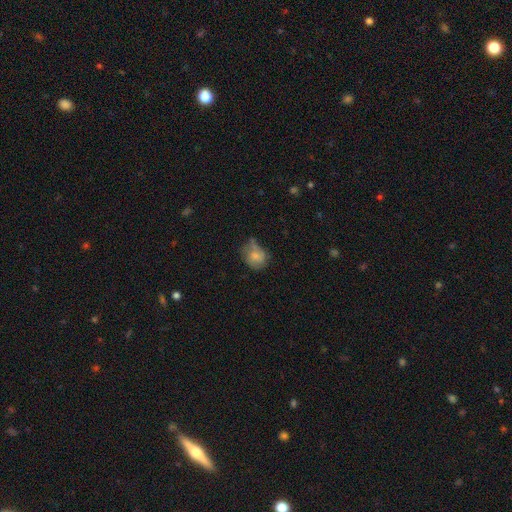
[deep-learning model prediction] Q: Smooth or featured?
A: smooth (66%); runner-up: featured or disk (25%)
Q: How rounded?
A: round (59%); runner-up: in between (40%)
Q: Merging?
A: none (48%); runner-up: minor disturbance (33%)